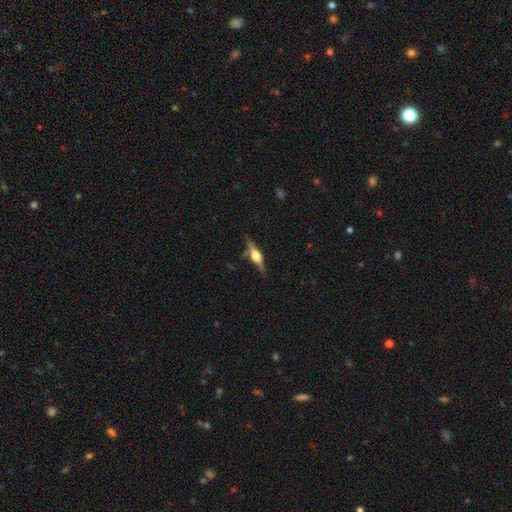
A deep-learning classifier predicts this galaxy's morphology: Smooth or featured? featured or disk (76%)
Edge-on disk? yes (97%)
Edge-on bulge? rounded (93%)
Merging? none (82%)